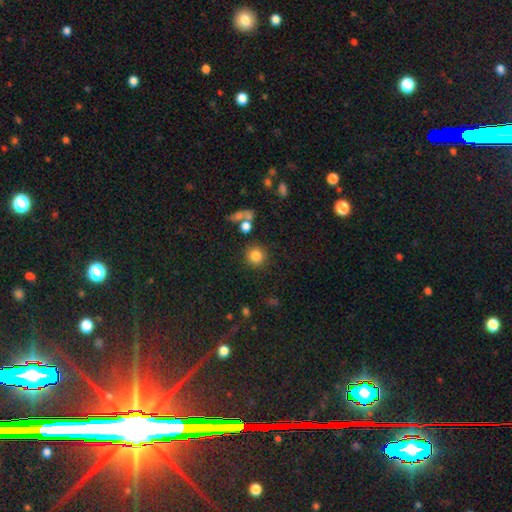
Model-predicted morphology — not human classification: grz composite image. It shows a smooth galaxy with no disk features (83%) that is round (90%). Merging: none (82%).